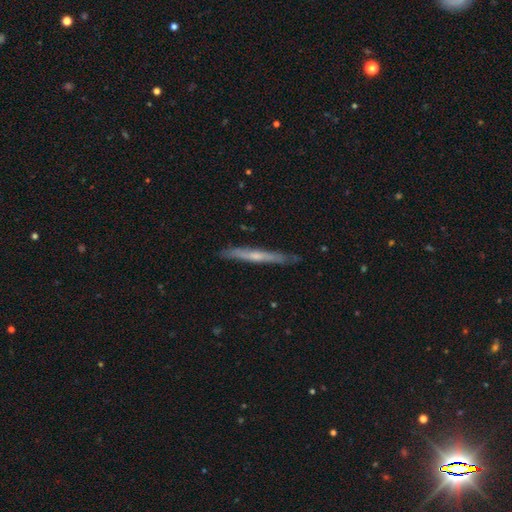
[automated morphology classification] Smooth or featured? featured or disk (59%)
Edge-on disk? yes (94%)
Edge-on bulge? rounded (49%)
Merging? none (86%)